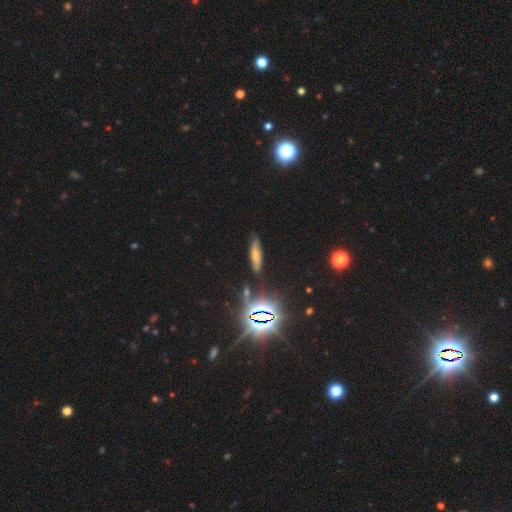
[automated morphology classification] A smooth galaxy with no disk features (50%) that is cigar-shaped (67%). Merging: none (77%).